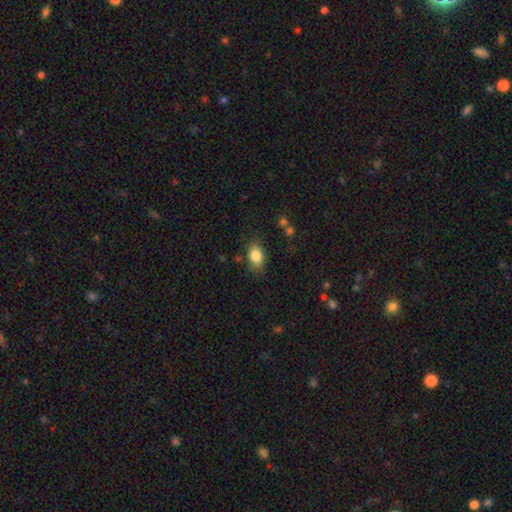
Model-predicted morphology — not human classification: smooth 84%, featured or disk 8%, star or artifact 8%. Down the decision tree: how rounded — in between (84%); merging — none (79%).